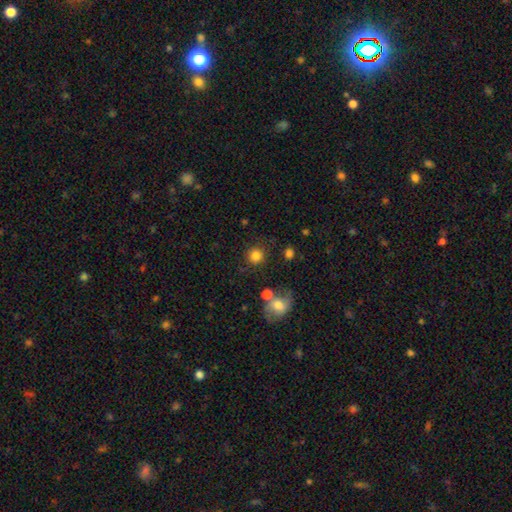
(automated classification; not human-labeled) smooth-or-featured: smooth: 83% | star or artifact: 11% | featured or disk: 6%
  how-rounded: round: 91% | in between: 8% | cigar-shaped: 1%
  merging: none: 81% | minor disturbance: 9% | merger: 6% | major disturbance: 4%